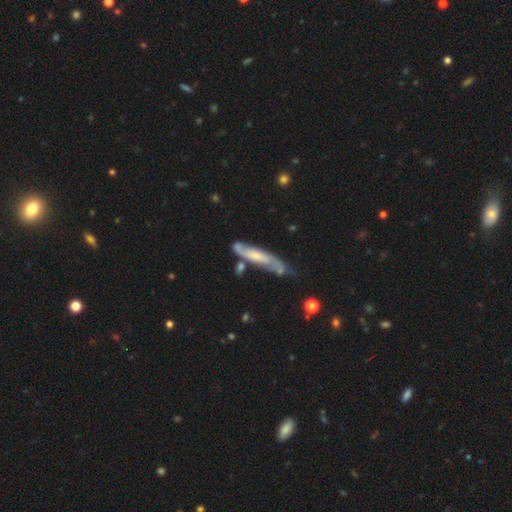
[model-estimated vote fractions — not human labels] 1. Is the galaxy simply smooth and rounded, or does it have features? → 63% featured or disk, 31% smooth, 6% star or artifact.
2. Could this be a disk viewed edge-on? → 60% no, 40% yes.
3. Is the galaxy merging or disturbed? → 54% none, 25% minor disturbance, 10% major disturbance, 10% merger.